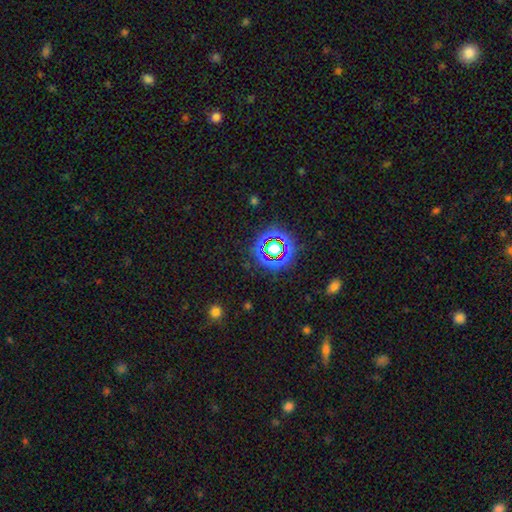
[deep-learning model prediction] A star or artifact, not a galaxy (56%).

Vote fractions:
- Smooth or featured? star or artifact: 56% / smooth: 30% / featured or disk: 14%